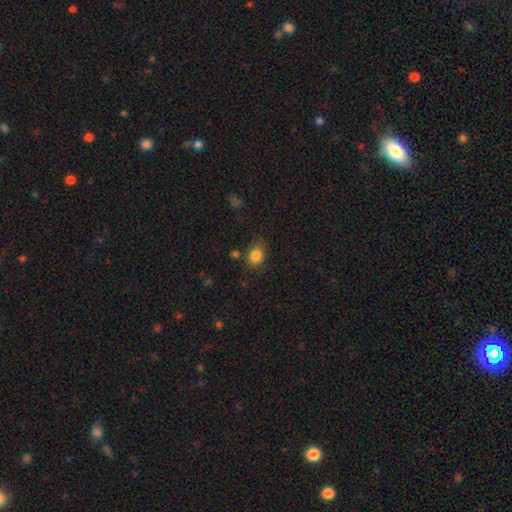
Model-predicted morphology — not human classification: This appears to be a smooth galaxy with no disk features (84%) that is in between round and cigar-shaped (56%). Merging: none (74%).